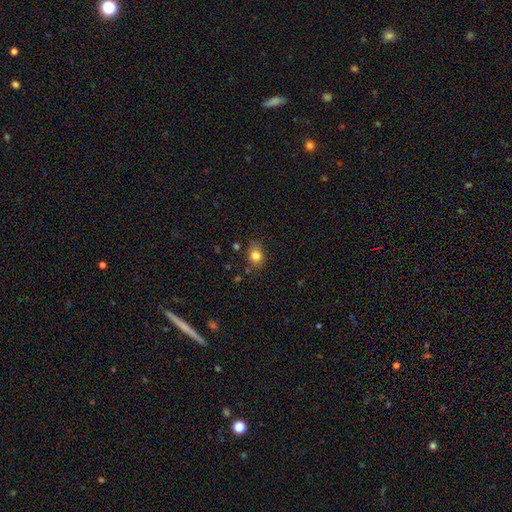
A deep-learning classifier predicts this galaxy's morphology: Smooth or featured? Predicted: smooth (p=0.80). How rounded? Predicted: in between (p=0.51). Merging? Predicted: none (p=0.77).